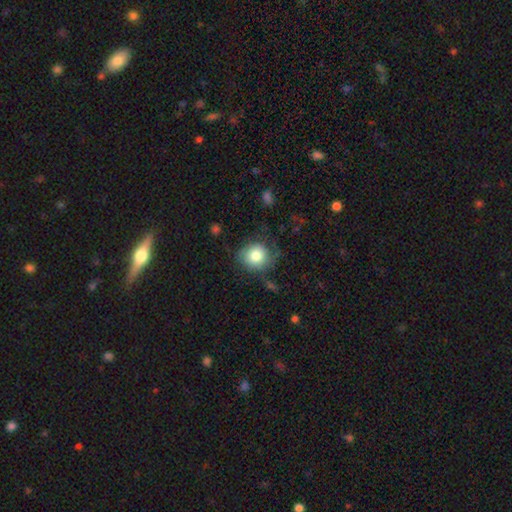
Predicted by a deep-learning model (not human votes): Smooth or featured? smooth (78%)
How rounded? round (85%)
Merging? none (64%)